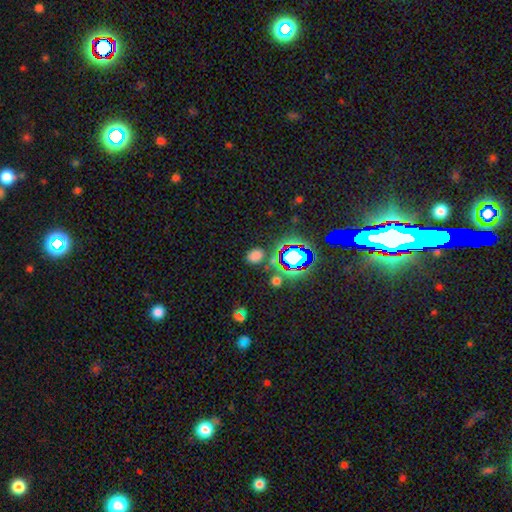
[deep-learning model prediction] smooth 66%, star or artifact 28%, featured or disk 6%. Down the decision tree: how rounded — in between (59%); merging — none (78%).